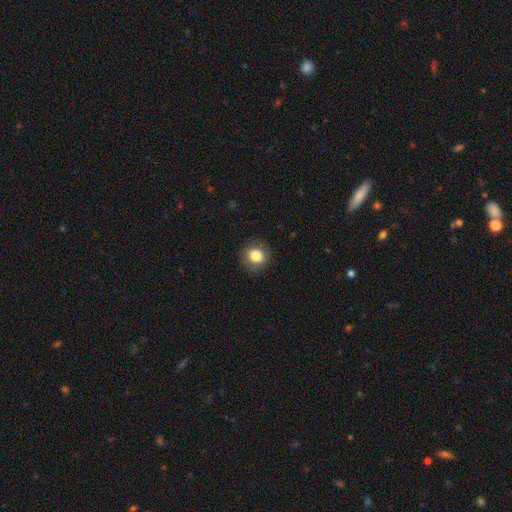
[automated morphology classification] A smooth galaxy with no disk features (83%) that is round (84%).

Vote fractions:
- Smooth or featured? smooth: 83% / star or artifact: 9% / featured or disk: 8%
- How rounded? round: 84% / in between: 16% / cigar-shaped: 1%
- Merging? none: 87% / minor disturbance: 9% / major disturbance: 3% / merger: 1%